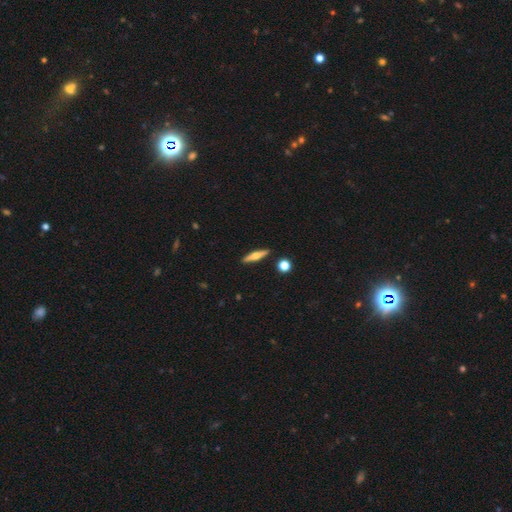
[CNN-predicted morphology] Overall: featured or disk (53%; smooth 41%). Edge-on disk: yes (96%). Edge-on bulge: rounded (88%). Merging: none (89%).